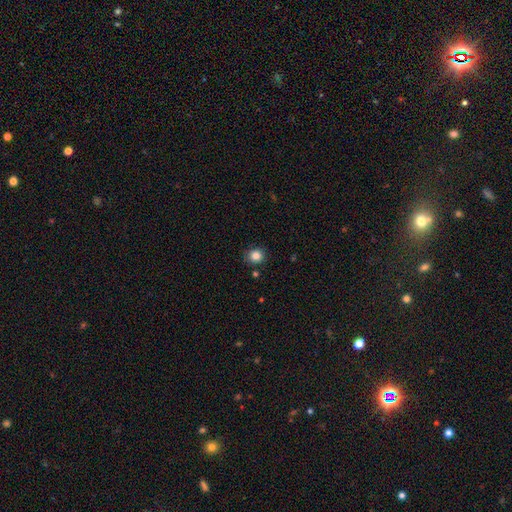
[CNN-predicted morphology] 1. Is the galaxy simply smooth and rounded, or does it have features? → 84% smooth, 11% star or artifact, 4% featured or disk.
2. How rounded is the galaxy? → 88% round, 11% in between, 1% cigar-shaped.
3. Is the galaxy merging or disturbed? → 86% none, 9% minor disturbance, 2% merger, 2% major disturbance.